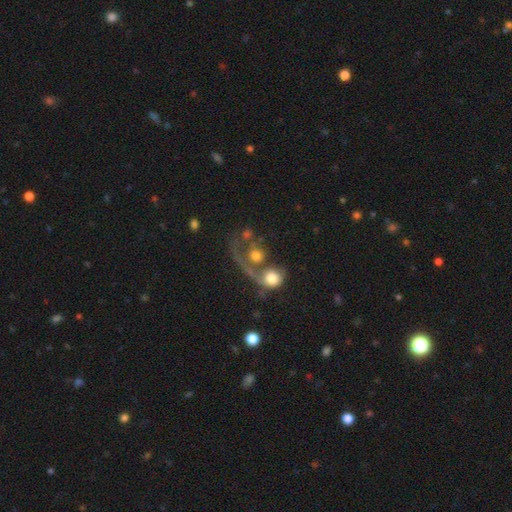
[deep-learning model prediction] smooth 52%, featured or disk 37%, star or artifact 10%. Down the decision tree: how rounded — round (70%); merging — merger (57%).